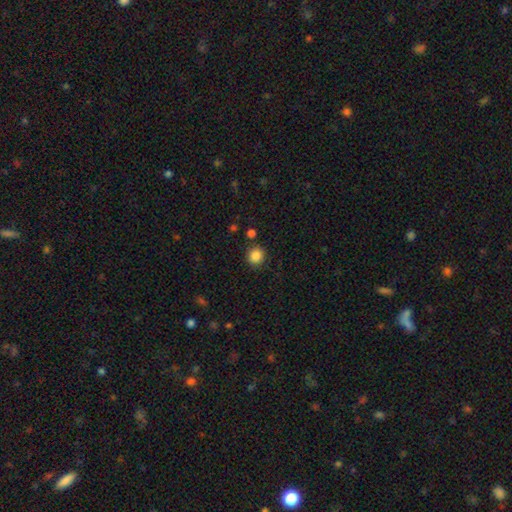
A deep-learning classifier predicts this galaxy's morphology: smooth-or-featured: smooth: 86% | star or artifact: 11% | featured or disk: 3%
  how-rounded: round: 87% | in between: 12% | cigar-shaped: 1%
  merging: none: 86% | minor disturbance: 7% | merger: 4% | major disturbance: 3%